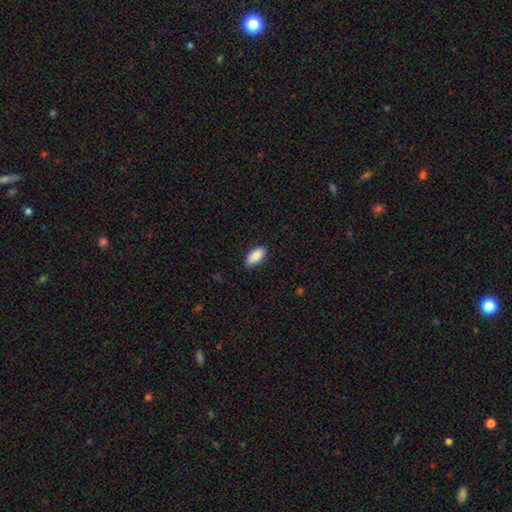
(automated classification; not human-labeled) smooth_or_featured: smooth (p=0.90) [alt: star or artifact p=0.06]
how_rounded: in between (p=0.91) [alt: cigar-shaped p=0.07]
merging: none (p=0.86) [alt: minor disturbance p=0.11]